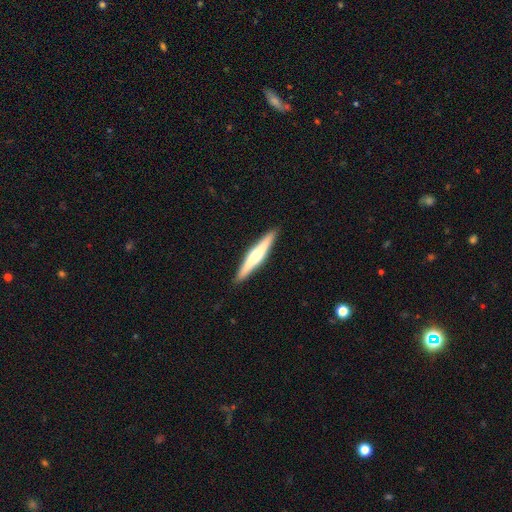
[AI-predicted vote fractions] Smooth or featured: featured or disk — 54% (smooth — 41%)
Edge-on disk: yes — 96% (no — 4%)
Edge-on bulge: rounded — 81% (none — 11%)
Merging: none — 91% (minor disturbance — 6%)